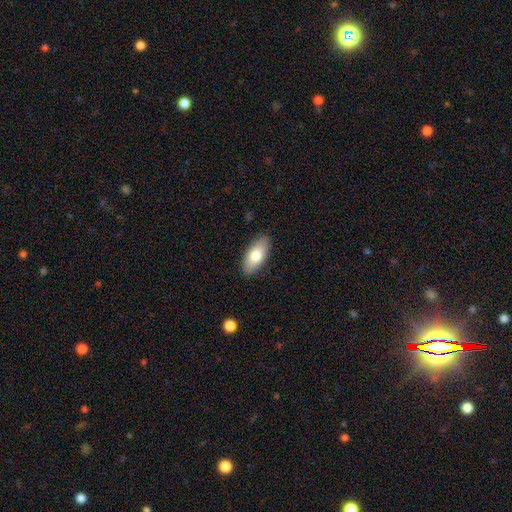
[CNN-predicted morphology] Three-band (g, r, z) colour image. It shows a smooth galaxy with no disk features (78%) that is in between round and cigar-shaped (88%). Merging: none (88%).